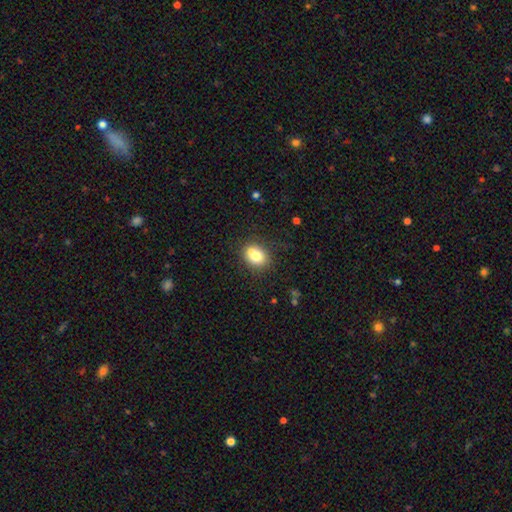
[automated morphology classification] Smooth or featured?
  - smooth: 77% *
  - featured or disk: 13%
  - star or artifact: 10%
How rounded?
  - in between: 51% *
  - round: 48%
  - cigar-shaped: 1%
Merging?
  - none: 69% *
  - minor disturbance: 16%
  - merger: 11%
  - major disturbance: 4%